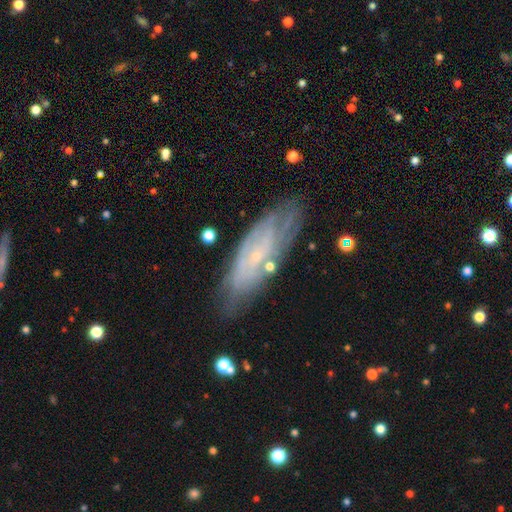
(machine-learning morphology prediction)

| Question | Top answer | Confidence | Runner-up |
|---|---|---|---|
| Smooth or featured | featured or disk | 72% | smooth (20%) |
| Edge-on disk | no | 79% | yes (21%) |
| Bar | no | 66% | weak (27%) |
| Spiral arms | yes | 79% | no (21%) |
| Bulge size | small | 85% | moderate (8%) |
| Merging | none | 74% | minor disturbance (18%) |